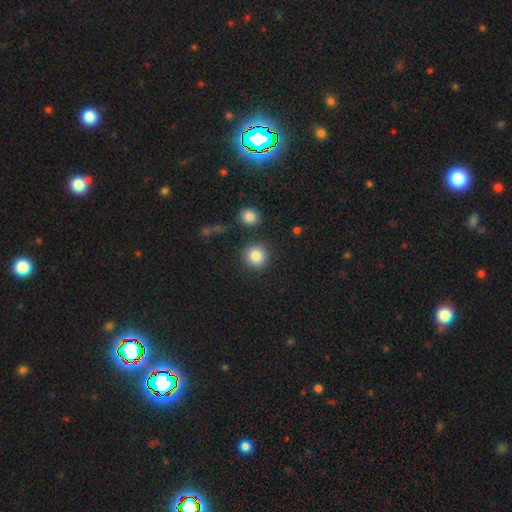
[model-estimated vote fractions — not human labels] Q: Smooth or featured?
A: smooth (84%); runner-up: star or artifact (10%)
Q: How rounded?
A: round (93%); runner-up: in between (6%)
Q: Merging?
A: none (86%); runner-up: minor disturbance (7%)